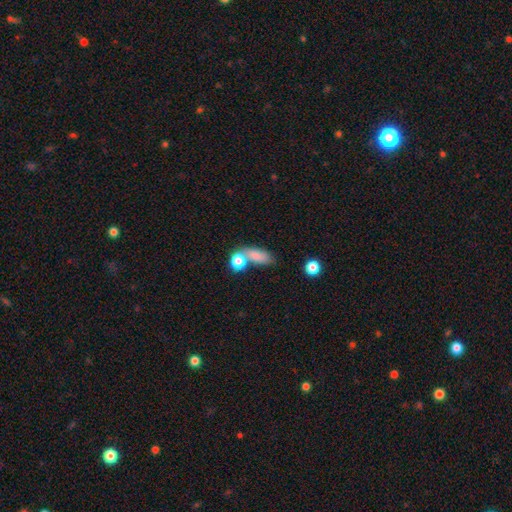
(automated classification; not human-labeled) This is likely a smooth galaxy (80%). How rounded: likely in between (74%). Merging: marginally none (43%).